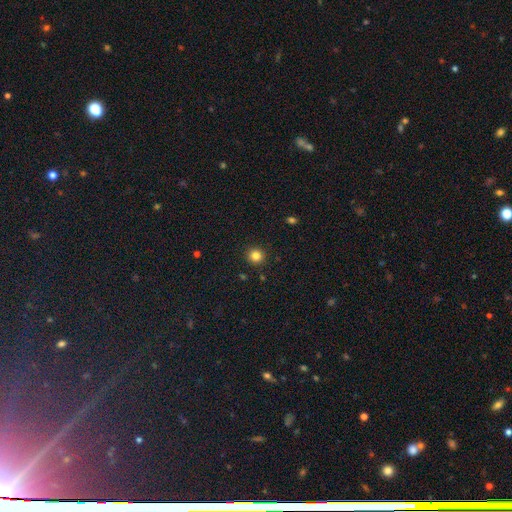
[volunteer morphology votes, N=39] smooth 92%, star or artifact 8%, featured or disk 0%. Down the decision tree: how rounded — round (97%); merging — none (94%).